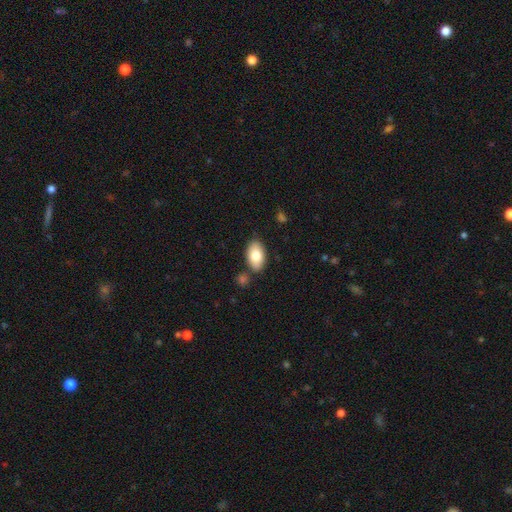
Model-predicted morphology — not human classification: smooth-or-featured: smooth: 80% | featured or disk: 14% | star or artifact: 6%
  how-rounded: in between: 94% | round: 5% | cigar-shaped: 2%
  merging: none: 81% | minor disturbance: 11% | merger: 5% | major disturbance: 2%